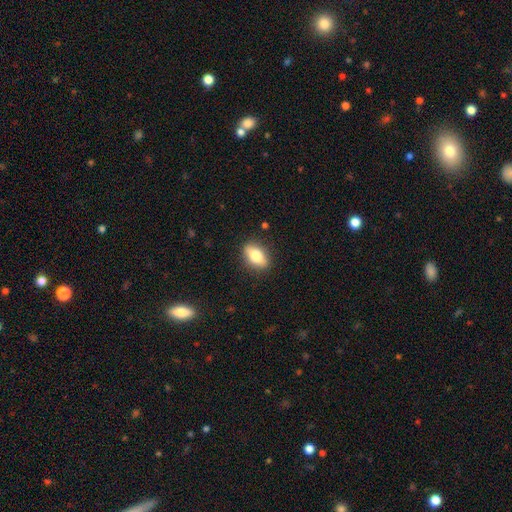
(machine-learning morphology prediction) smooth 74%, featured or disk 19%, star or artifact 7%. Down the decision tree: how rounded — in between (83%); merging — none (86%).